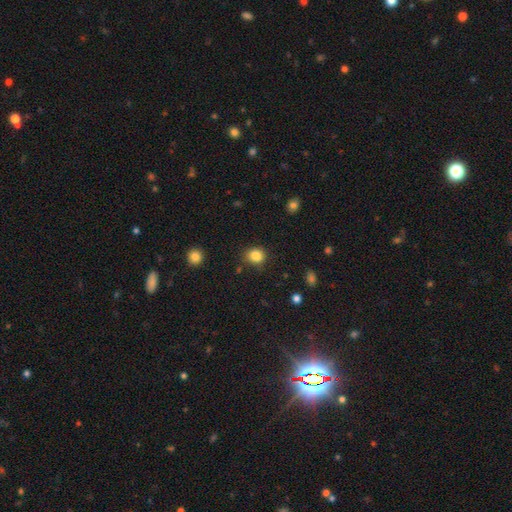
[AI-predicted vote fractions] smooth-or-featured: smooth: 85% | star or artifact: 11% | featured or disk: 5%
  how-rounded: round: 74% | in between: 25% | cigar-shaped: 1%
  merging: none: 83% | minor disturbance: 12% | major disturbance: 3% | merger: 2%